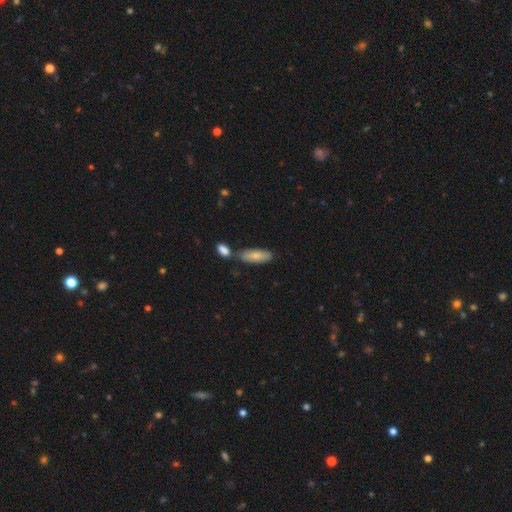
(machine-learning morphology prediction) The model was most divided on "how rounded": in between: 66%, cigar-shaped: 32%, round: 2%. More confident: smooth or featured — smooth (77%); merging — none (66%).